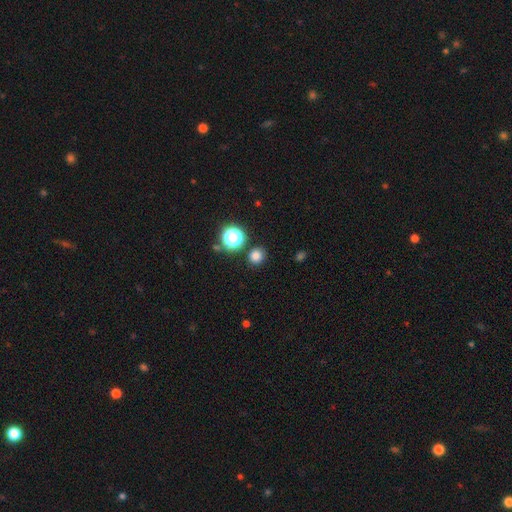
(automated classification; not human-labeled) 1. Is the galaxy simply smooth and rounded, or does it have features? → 78% smooth, 18% star or artifact, 4% featured or disk.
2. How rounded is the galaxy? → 89% round, 10% in between, 1% cigar-shaped.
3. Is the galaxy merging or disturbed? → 86% none, 7% minor disturbance, 4% merger, 3% major disturbance.